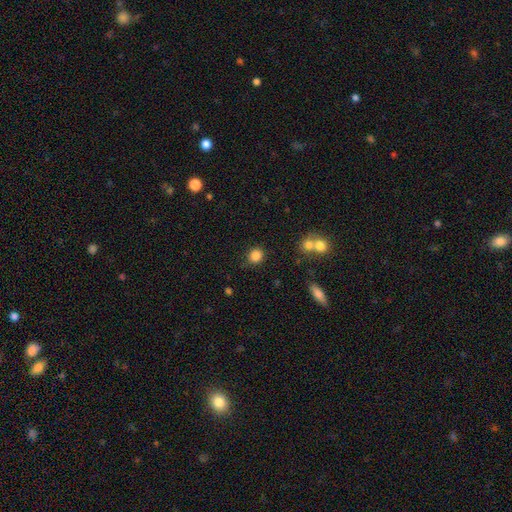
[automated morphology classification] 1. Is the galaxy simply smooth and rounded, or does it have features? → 84% smooth, 11% star or artifact, 5% featured or disk.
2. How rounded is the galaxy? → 84% round, 15% in between, 1% cigar-shaped.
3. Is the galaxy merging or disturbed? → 83% none, 10% minor disturbance, 4% merger, 3% major disturbance.